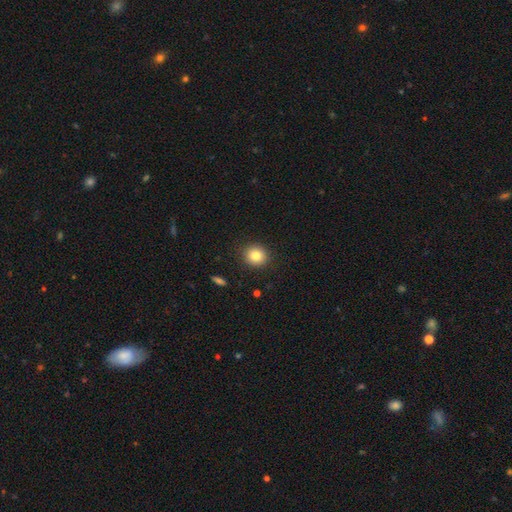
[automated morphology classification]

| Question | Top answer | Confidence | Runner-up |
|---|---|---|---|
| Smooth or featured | smooth | 82% | star or artifact (10%) |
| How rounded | round | 87% | in between (12%) |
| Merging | none | 90% | minor disturbance (7%) |